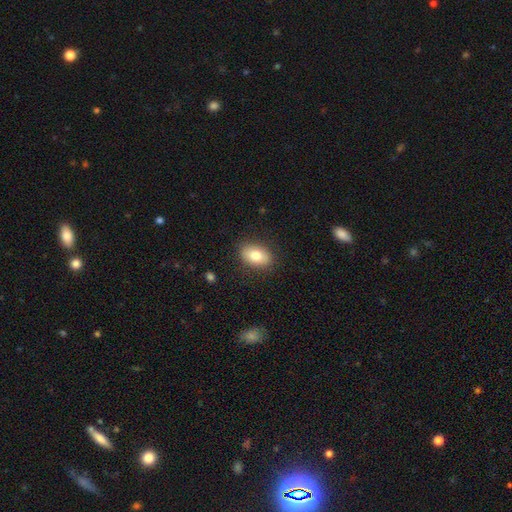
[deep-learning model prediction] smooth 79%, featured or disk 14%, star or artifact 7%. Down the decision tree: how rounded — in between (88%); merging — none (87%).